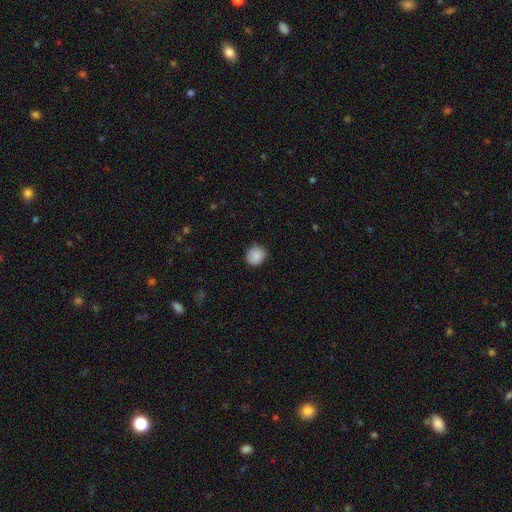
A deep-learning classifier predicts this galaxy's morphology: smooth 87%, star or artifact 8%, featured or disk 5%. Down the decision tree: how rounded — round (86%); merging — none (87%).